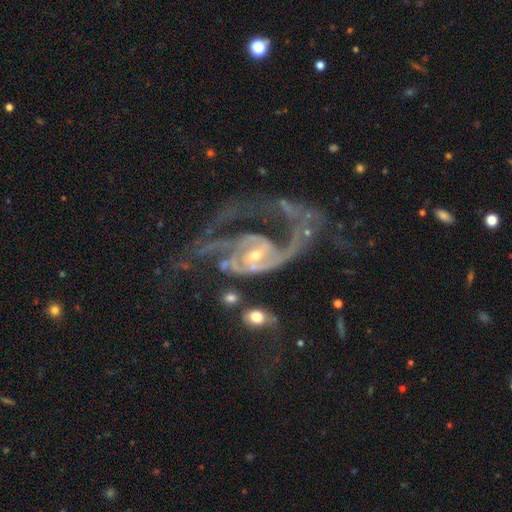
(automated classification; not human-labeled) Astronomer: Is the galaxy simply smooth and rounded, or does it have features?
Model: featured or disk — 89%.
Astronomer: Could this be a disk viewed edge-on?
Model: no — 97%.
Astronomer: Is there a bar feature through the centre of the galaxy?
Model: no — 41%, tied with weak at 41%.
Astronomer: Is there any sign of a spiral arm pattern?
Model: yes — 93%.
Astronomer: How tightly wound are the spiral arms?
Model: loose — 42% (runner-up: medium, 40%).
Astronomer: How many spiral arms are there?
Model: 2 — 49%.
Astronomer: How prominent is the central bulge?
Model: small — 59% (runner-up: moderate, 35%).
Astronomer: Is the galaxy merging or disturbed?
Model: major disturbance — 55%.